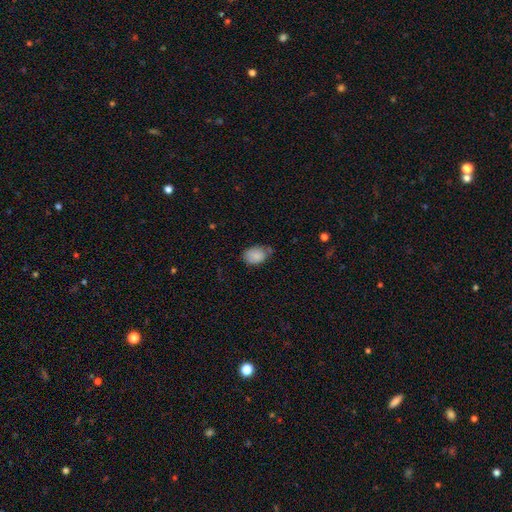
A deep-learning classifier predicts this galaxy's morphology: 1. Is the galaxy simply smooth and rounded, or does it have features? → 84% smooth, 8% featured or disk, 8% star or artifact.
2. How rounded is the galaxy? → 79% in between, 20% round, 1% cigar-shaped.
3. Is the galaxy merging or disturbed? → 60% none, 30% minor disturbance, 6% major disturbance, 5% merger.